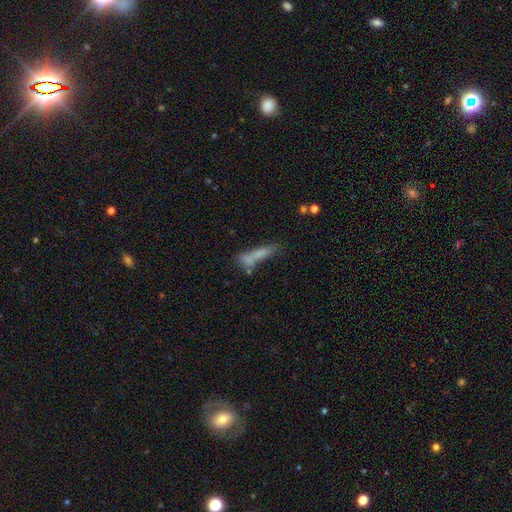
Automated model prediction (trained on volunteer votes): The model was most divided on "merging": none: 43%, merger: 23%, minor disturbance: 20%, major disturbance: 14%. More confident: how rounded — cigar-shaped (78%); smooth or featured — smooth (64%).